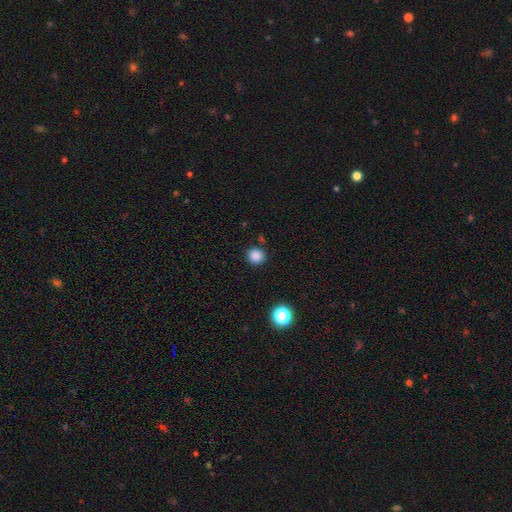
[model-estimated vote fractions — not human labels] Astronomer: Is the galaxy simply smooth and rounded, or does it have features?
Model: smooth — 85%.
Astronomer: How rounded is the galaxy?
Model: round — 88%.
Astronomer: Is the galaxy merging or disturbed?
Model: none — 86%.